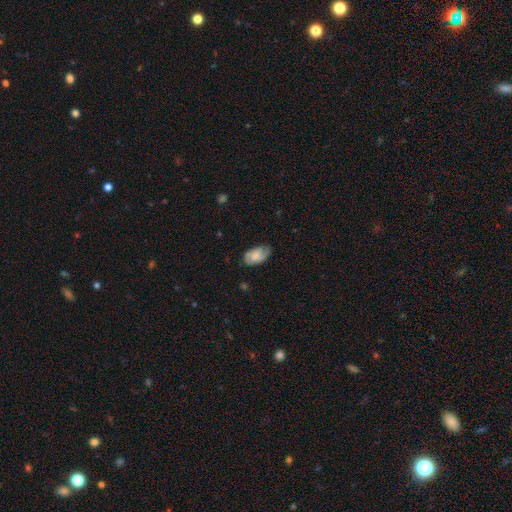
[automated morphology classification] smooth_or_featured: smooth (p=0.47) [alt: featured or disk p=0.46]
merging: none (p=0.69) [alt: minor disturbance p=0.23]